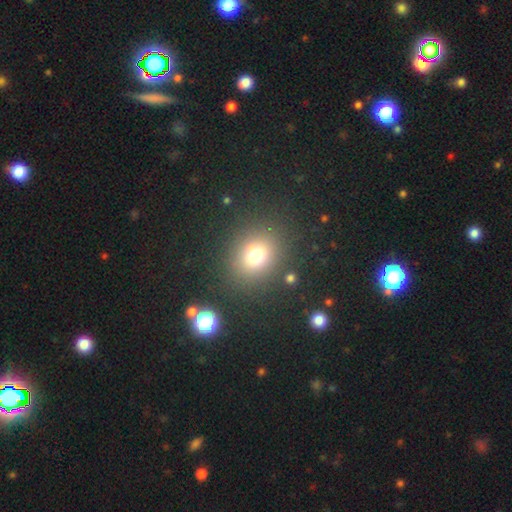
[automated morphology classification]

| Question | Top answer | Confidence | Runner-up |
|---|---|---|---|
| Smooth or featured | smooth | 70% | star or artifact (18%) |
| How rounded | round | 71% | in between (28%) |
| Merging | none | 73% | merger (11%) |